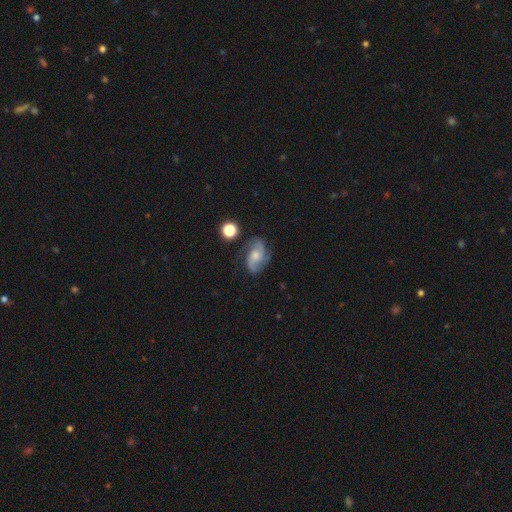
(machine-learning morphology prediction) The model was most divided on "bulge size": moderate: 48%, small: 36%, none: 8%, large: 6%, dominant: 2%. More confident: edge-on disk — no (97%); spiral arms — yes (97%); smooth or featured — featured or disk (82%); spiral arm count — 2 (75%); merging — none (72%); bar — no (62%); spiral winding — medium (51%).